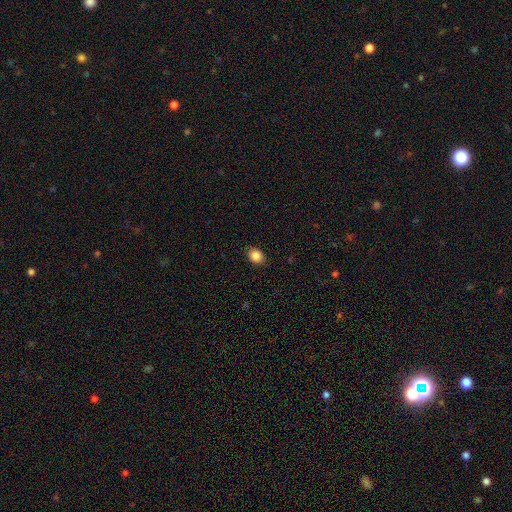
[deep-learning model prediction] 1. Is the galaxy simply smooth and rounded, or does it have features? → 87% smooth, 10% star or artifact, 3% featured or disk.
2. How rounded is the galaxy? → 56% round, 43% in between, 1% cigar-shaped.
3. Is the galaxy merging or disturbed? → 89% none, 8% minor disturbance, 2% major disturbance, 1% merger.